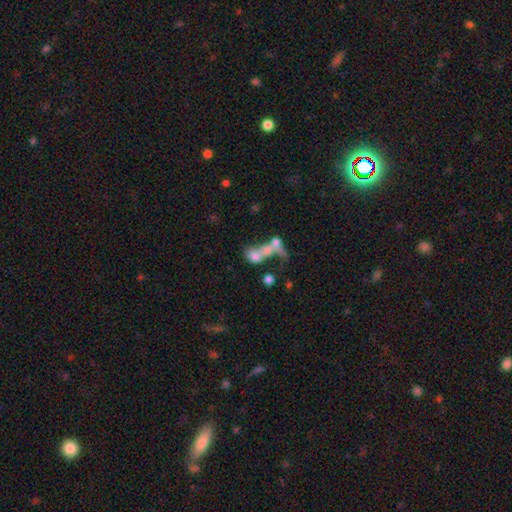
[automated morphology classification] Smooth or featured: smooth — 52% (featured or disk — 34%)
How rounded: in between — 61% (round — 31%)
Merging: merger — 64% (major disturbance — 17%)